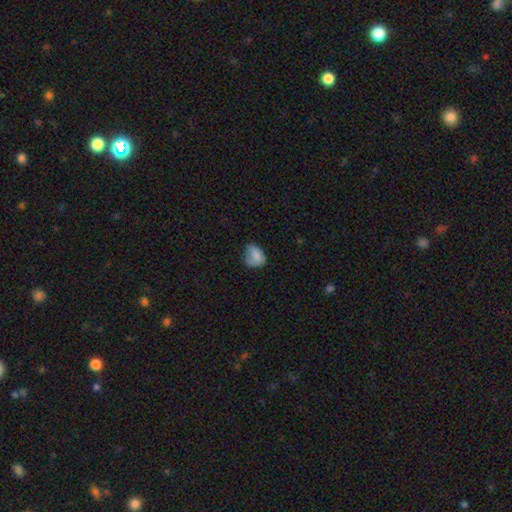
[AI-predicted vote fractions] Smooth or featured? Predicted: smooth (p=0.77). How rounded? Predicted: in between (p=0.57). Merging? Predicted: none (p=0.40).